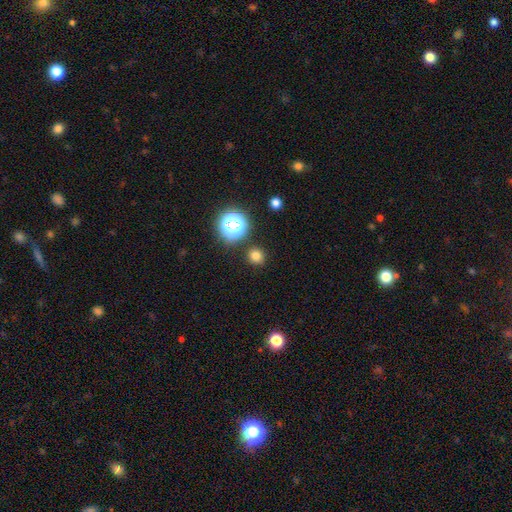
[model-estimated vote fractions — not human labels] Smooth or featured?
  - smooth: 76% *
  - star or artifact: 19%
  - featured or disk: 5%
How rounded?
  - round: 93% *
  - in between: 6%
  - cigar-shaped: 1%
Merging?
  - none: 89% *
  - minor disturbance: 6%
  - merger: 3%
  - major disturbance: 2%